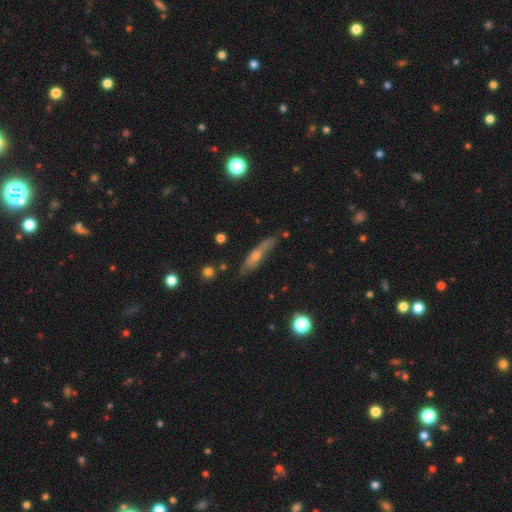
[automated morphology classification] Q: Smooth or featured?
A: featured or disk (52%); runner-up: smooth (40%)
Q: Edge-on disk?
A: yes (82%); runner-up: no (18%)
Q: Merging?
A: none (71%); runner-up: minor disturbance (21%)